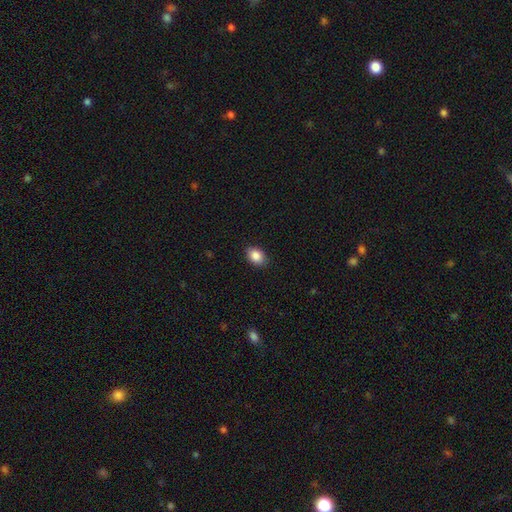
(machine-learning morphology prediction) A smooth galaxy with no disk features (87%) that is in between round and cigar-shaped (80%). Merging: none (88%).